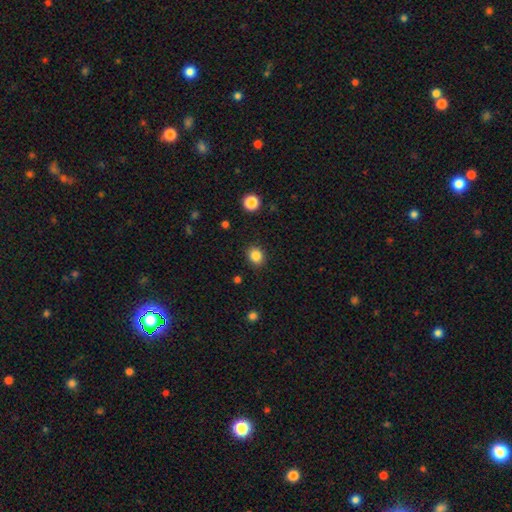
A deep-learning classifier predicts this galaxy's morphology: Overall: smooth (85%). How rounded: round (65%; in between 34%). Merging: none (89%).